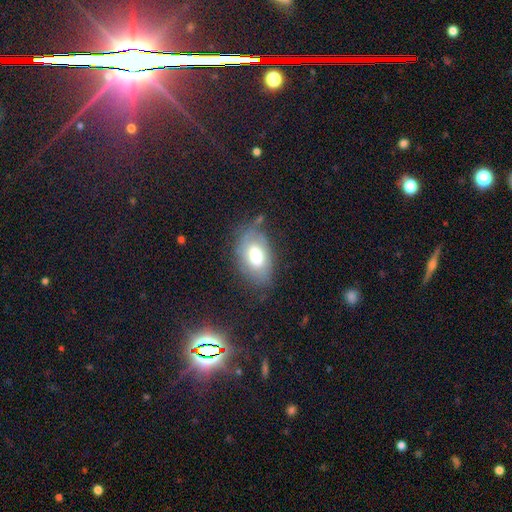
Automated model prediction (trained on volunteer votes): Smooth or featured? Predicted: smooth (p=0.65). How rounded? Predicted: in between (p=0.90). Merging? Predicted: none (p=0.64).